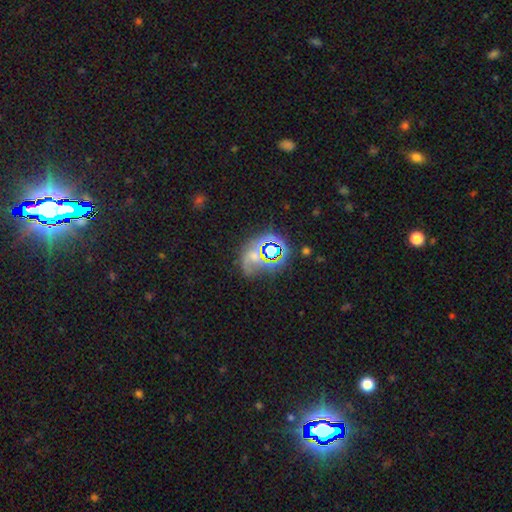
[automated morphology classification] Smooth or featured? Predicted: star or artifact (p=0.49).